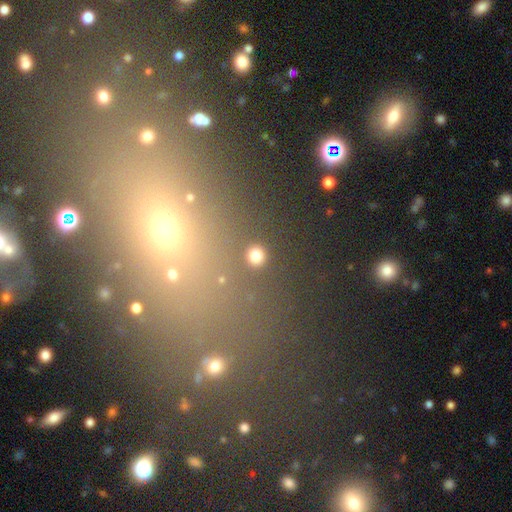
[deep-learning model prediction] A smooth galaxy with no disk features (78%) that is round (90%).

Vote fractions:
- Smooth or featured? smooth: 78% / star or artifact: 17% / featured or disk: 4%
- How rounded? round: 90% / in between: 9% / cigar-shaped: 1%
- Merging? none: 89% / minor disturbance: 6% / merger: 3% / major disturbance: 3%